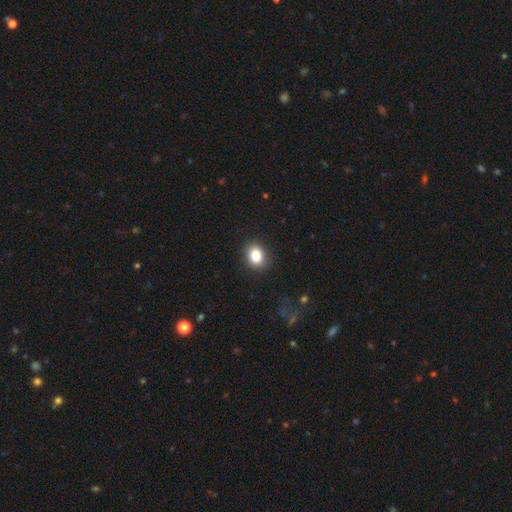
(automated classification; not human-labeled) smooth 84%, star or artifact 10%, featured or disk 7%. Down the decision tree: how rounded — in between (53%); merging — none (88%).